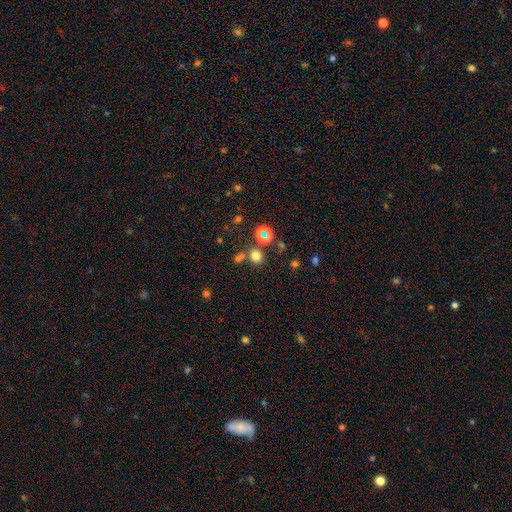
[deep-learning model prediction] Smooth or featured? smooth (69%)
How rounded? round (79%)
Merging? none (69%)